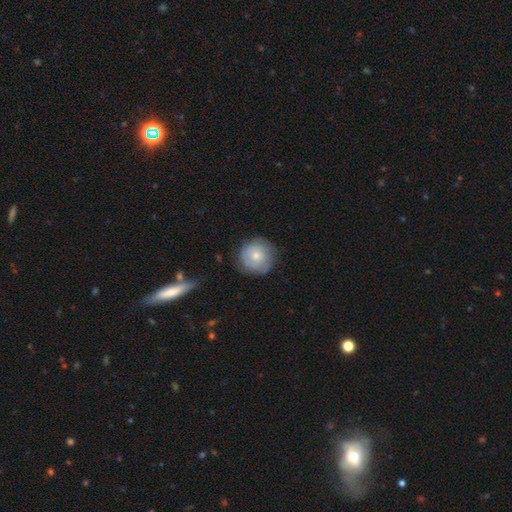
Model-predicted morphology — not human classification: This appears to be a smooth galaxy with no disk features (56%) that is round (93%). Merging: none (78%).